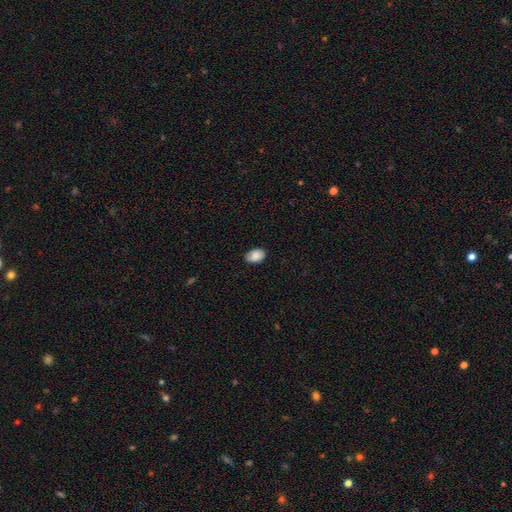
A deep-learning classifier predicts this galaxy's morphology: Smooth or featured?
  - smooth: 84% *
  - featured or disk: 9%
  - star or artifact: 7%
How rounded?
  - in between: 86% *
  - round: 13%
  - cigar-shaped: 1%
Merging?
  - none: 81% *
  - minor disturbance: 15%
  - major disturbance: 3%
  - merger: 1%